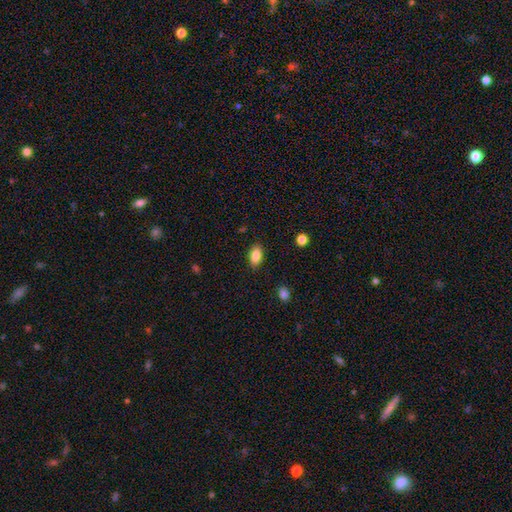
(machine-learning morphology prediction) Q: Smooth or featured?
A: smooth (87%); runner-up: star or artifact (8%)
Q: How rounded?
A: in between (91%); runner-up: round (6%)
Q: Merging?
A: none (87%); runner-up: minor disturbance (9%)